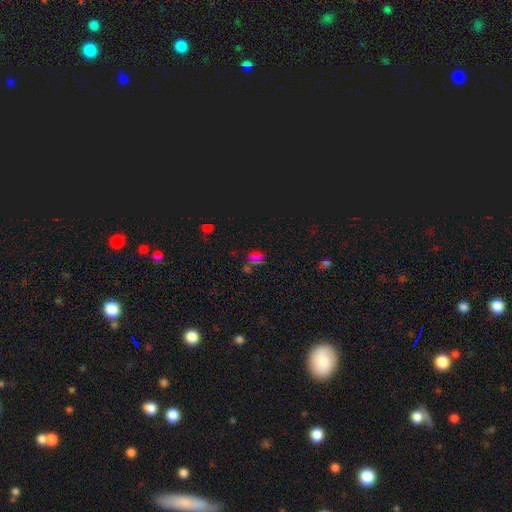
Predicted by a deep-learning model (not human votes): This is possibly a star or artifact rather than a galaxy (59%).